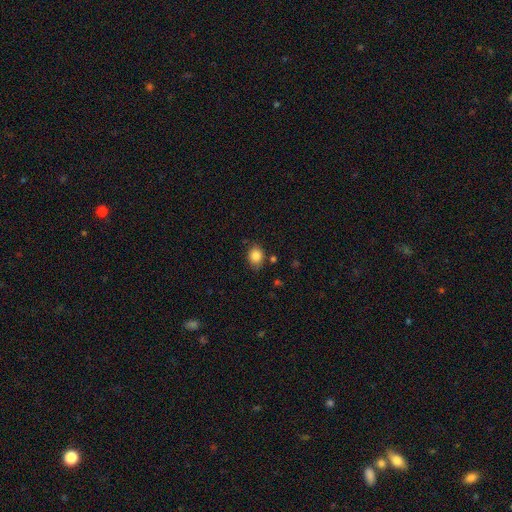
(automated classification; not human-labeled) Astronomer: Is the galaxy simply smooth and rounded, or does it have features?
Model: smooth — 86%.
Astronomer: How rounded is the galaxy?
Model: in between — 50% (runner-up: round, 49%).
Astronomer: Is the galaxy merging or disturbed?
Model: none — 77%.